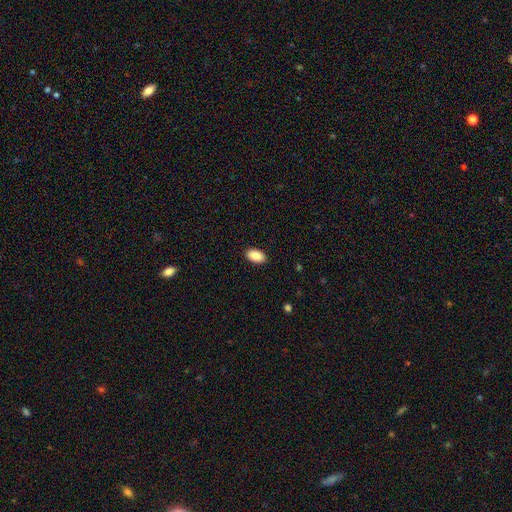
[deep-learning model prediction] Smooth or featured? Predicted: smooth (p=0.89). How rounded? Predicted: in between (p=0.95). Merging? Predicted: none (p=0.90).